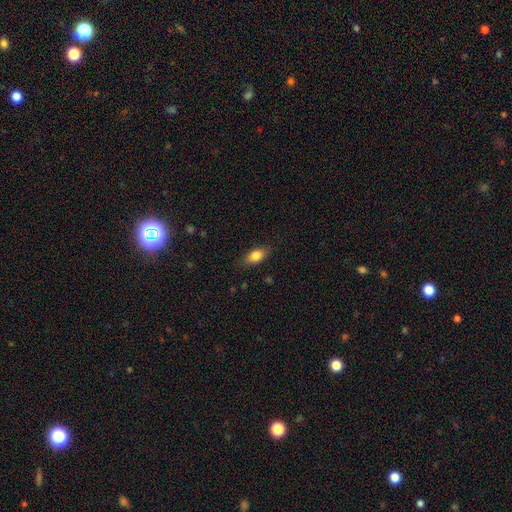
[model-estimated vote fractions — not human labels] This is likely a smooth galaxy (79%). How rounded: clearly in between (82%). Merging: clearly none (83%).